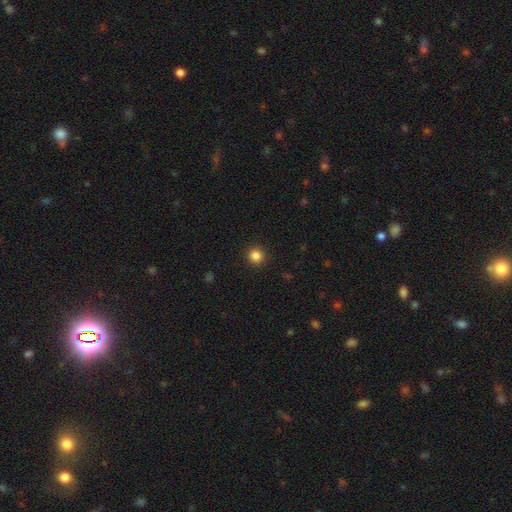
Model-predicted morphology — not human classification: A smooth galaxy with no disk features (85%) that is round (95%). Merging: none (93%).